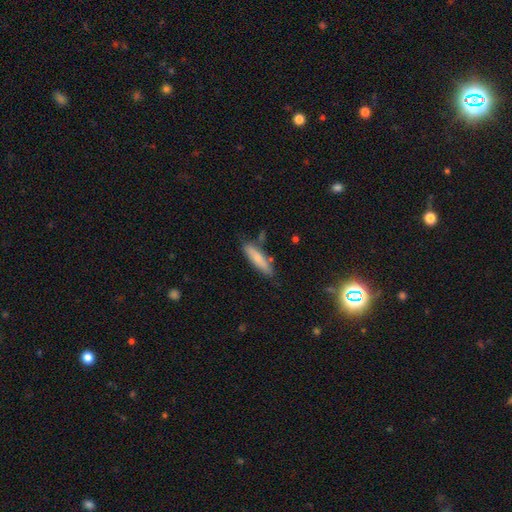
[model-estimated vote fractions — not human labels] smooth-or-featured: smooth: 64% | featured or disk: 26% | star or artifact: 10%
  how-rounded: cigar-shaped: 77% | in between: 21% | round: 2%
  merging: none: 80% | minor disturbance: 14% | merger: 3% | major disturbance: 3%